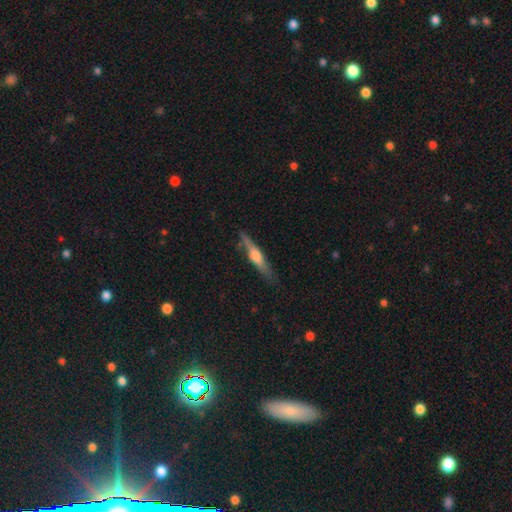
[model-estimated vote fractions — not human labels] Smooth or featured: featured or disk — 59% (smooth — 35%)
Edge-on disk: yes — 95% (no — 5%)
Edge-on bulge: rounded — 79% (boxy — 13%)
Merging: none — 81% (minor disturbance — 15%)